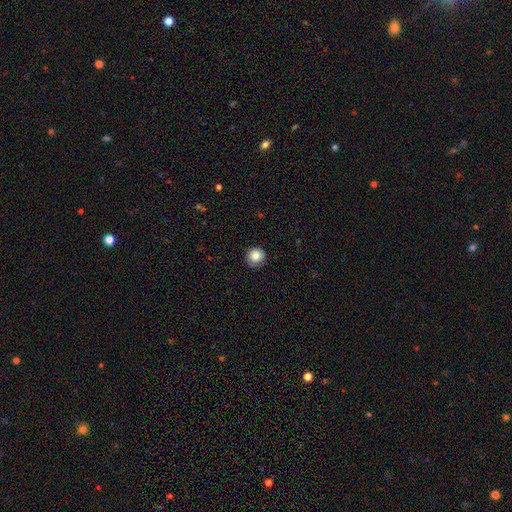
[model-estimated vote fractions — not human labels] Q: Smooth or featured?
A: smooth (83%); runner-up: star or artifact (9%)
Q: How rounded?
A: round (94%); runner-up: in between (5%)
Q: Merging?
A: none (83%); runner-up: minor disturbance (13%)